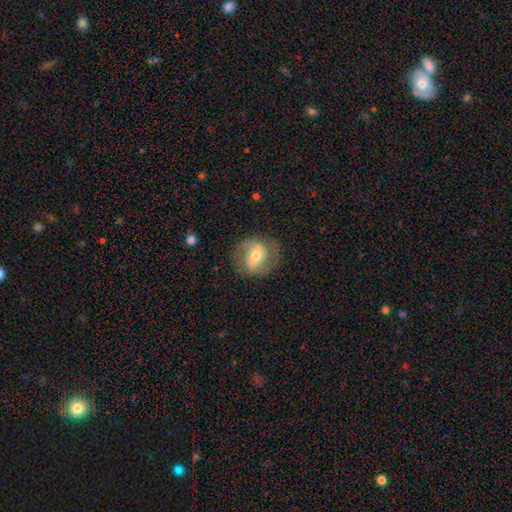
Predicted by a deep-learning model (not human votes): Smooth or featured?
  - featured or disk: 60% *
  - smooth: 33%
  - star or artifact: 7%
Edge-on disk?
  - no: 96% *
  - yes: 4%
Bar?
  - weak: 44% *
  - no: 30%
  - strong: 26%
Spiral arms?
  - yes: 79% *
  - no: 21%
Bulge size?
  - moderate: 68% *
  - small: 23%
  - large: 7%
  - none: 1%
  - dominant: 1%
Merging?
  - none: 73% *
  - minor disturbance: 17%
  - major disturbance: 8%
  - merger: 1%